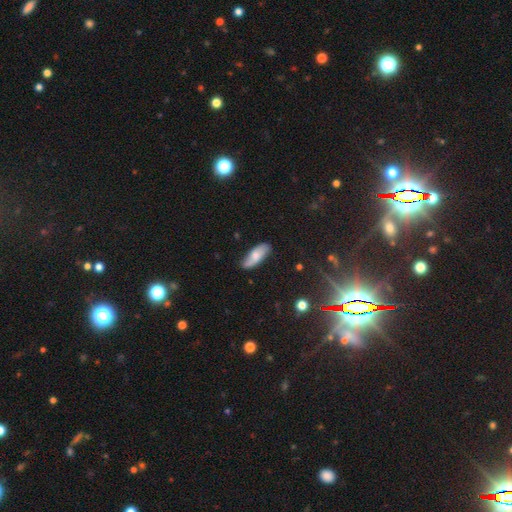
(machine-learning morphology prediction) smooth_or_featured: smooth (p=0.66) [alt: featured or disk p=0.27]
how_rounded: in between (p=0.69) [alt: cigar-shaped p=0.29]
merging: none (p=0.76) [alt: minor disturbance p=0.19]